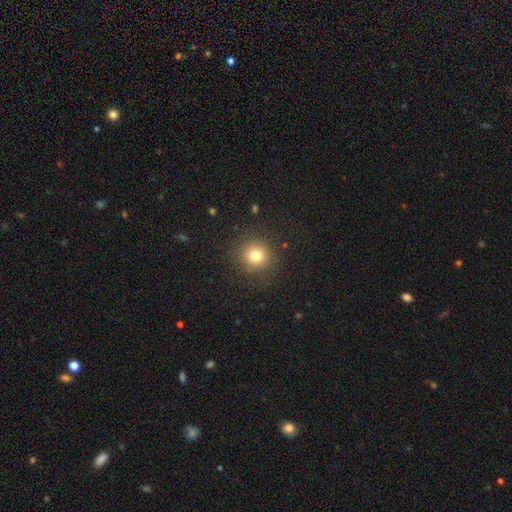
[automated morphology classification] This is likely a smooth galaxy (78%). How rounded: clearly round (92%). Merging: clearly none (87%).